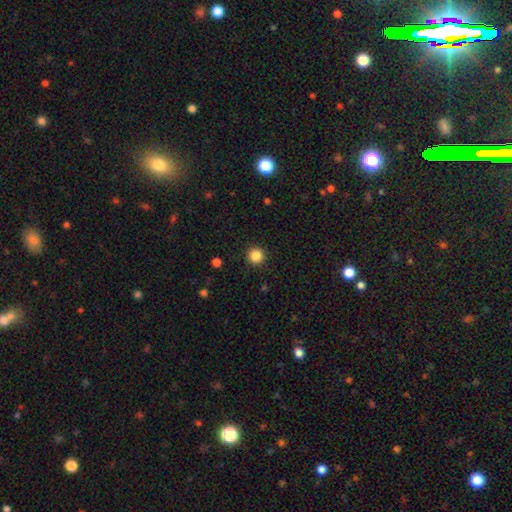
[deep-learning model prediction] This appears to be a smooth galaxy with no disk features (85%) that is round (96%). Merging: none (92%).